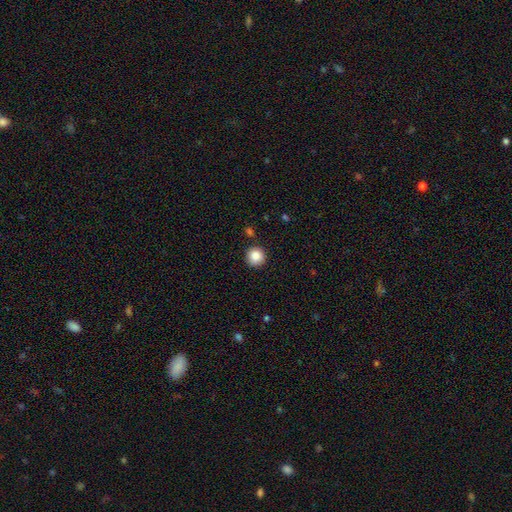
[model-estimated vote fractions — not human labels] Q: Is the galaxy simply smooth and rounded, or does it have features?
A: smooth — 86%.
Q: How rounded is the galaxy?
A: round — 94%.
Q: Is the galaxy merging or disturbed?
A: none — 88%.